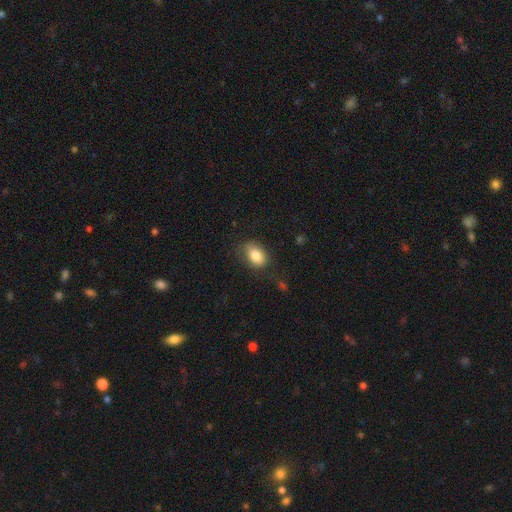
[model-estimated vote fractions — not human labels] A smooth galaxy with no disk features (83%) that is in between round and cigar-shaped (80%).

Vote fractions:
- Smooth or featured? smooth: 83% / featured or disk: 9% / star or artifact: 9%
- How rounded? in between: 80% / round: 19% / cigar-shaped: 1%
- Merging? none: 72% / minor disturbance: 20% / major disturbance: 6% / merger: 2%